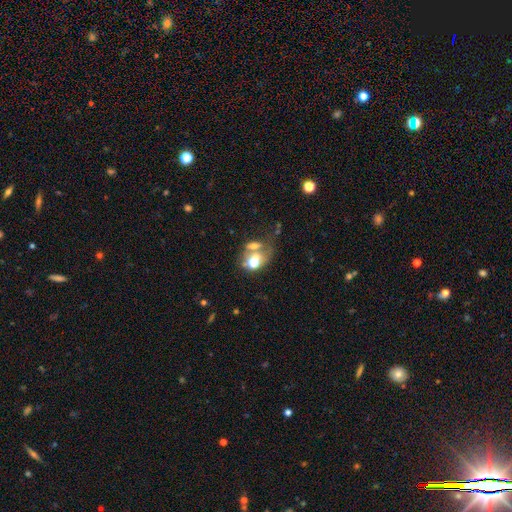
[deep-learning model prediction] smooth_or_featured: smooth (p=0.47) [alt: featured or disk p=0.32]
merging: merger (p=0.48) [alt: none p=0.26]